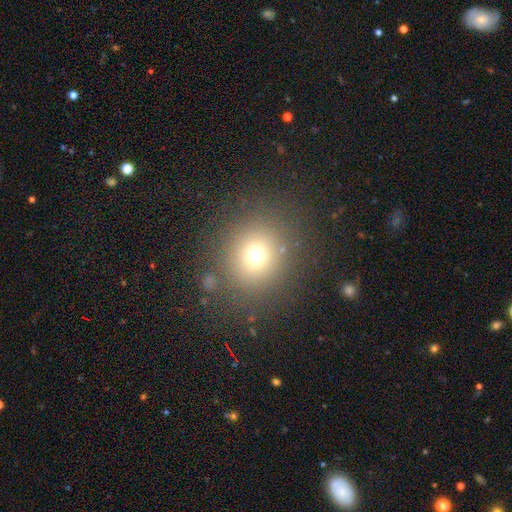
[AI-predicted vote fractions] Smooth or featured: smooth — 70% (star or artifact — 19%)
How rounded: round — 89% (in between — 11%)
Merging: none — 84% (minor disturbance — 8%)